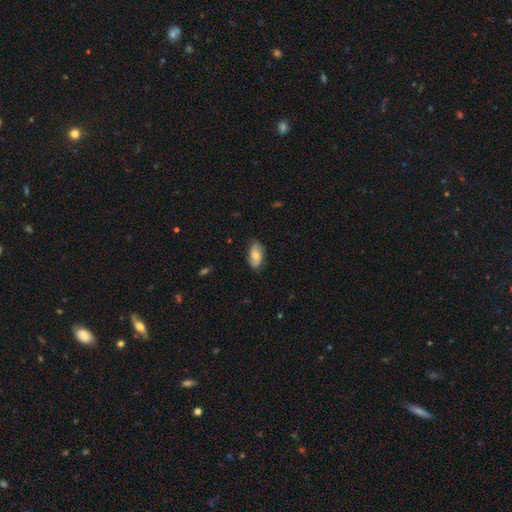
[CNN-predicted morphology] smooth_or_featured: smooth (p=0.58) [alt: featured or disk p=0.36]
how_rounded: in between (p=0.92) [alt: round p=0.04]
merging: none (p=0.80) [alt: minor disturbance p=0.16]